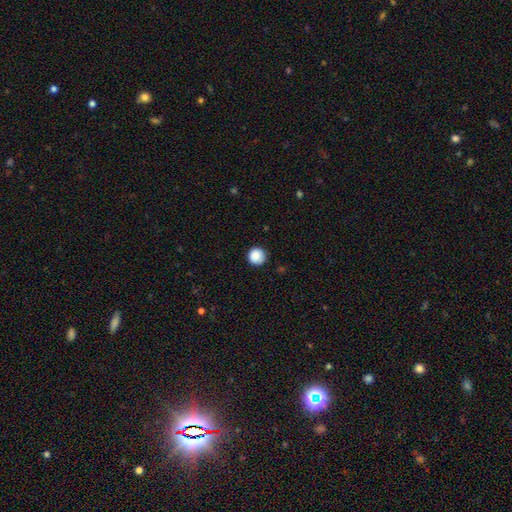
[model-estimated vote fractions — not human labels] A smooth galaxy with no disk features (88%) that is round (96%).

Vote fractions:
- Smooth or featured? smooth: 88% / star or artifact: 9% / featured or disk: 3%
- How rounded? round: 96% / in between: 3% / cigar-shaped: 1%
- Merging? none: 91% / minor disturbance: 7% / major disturbance: 2% / merger: 1%